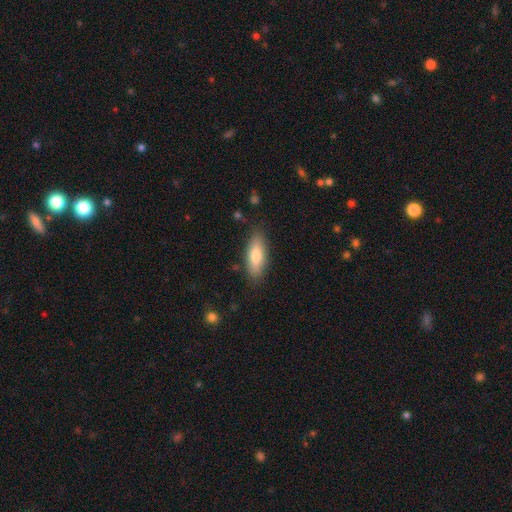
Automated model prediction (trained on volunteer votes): smooth 79%, featured or disk 14%, star or artifact 6%. Down the decision tree: how rounded — in between (68%); merging — none (83%).